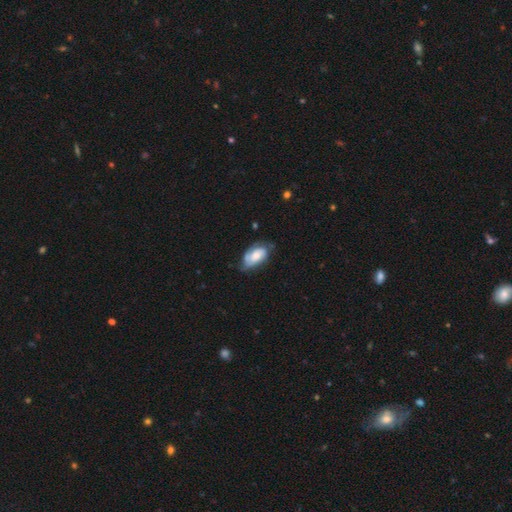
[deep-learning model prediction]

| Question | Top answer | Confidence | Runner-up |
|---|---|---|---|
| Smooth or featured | featured or disk | 49% | smooth (44%) |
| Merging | none | 55% | minor disturbance (32%) |